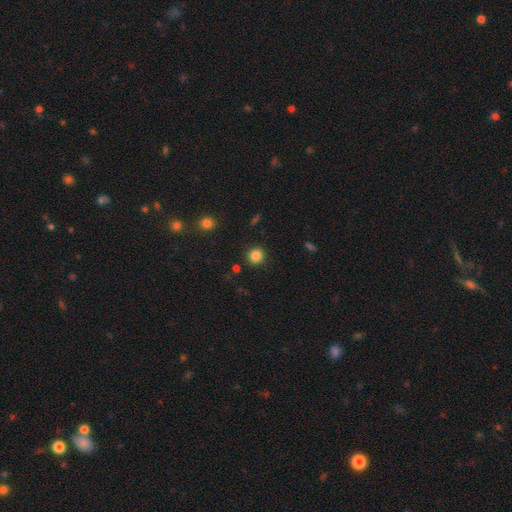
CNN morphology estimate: Overall: smooth (84%). How rounded: round (92%). Merging: none (90%).